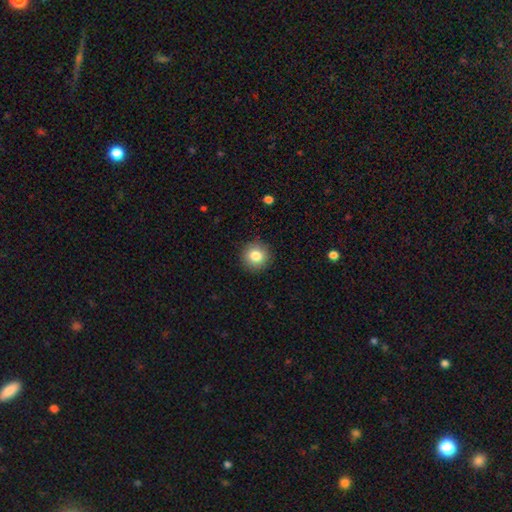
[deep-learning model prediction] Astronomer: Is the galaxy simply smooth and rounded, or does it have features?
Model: smooth — 83%.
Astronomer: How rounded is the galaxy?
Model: round — 94%.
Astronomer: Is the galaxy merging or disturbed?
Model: none — 92%.